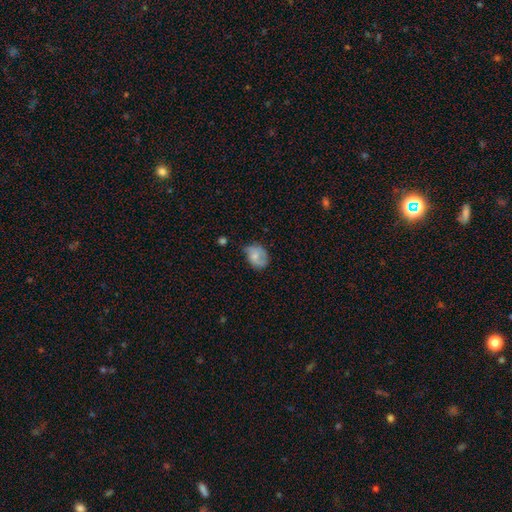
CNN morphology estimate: Smooth or featured: smooth — 59% (featured or disk — 33%)
How rounded: in between — 63% (round — 36%)
Merging: none — 44% (minor disturbance — 38%)